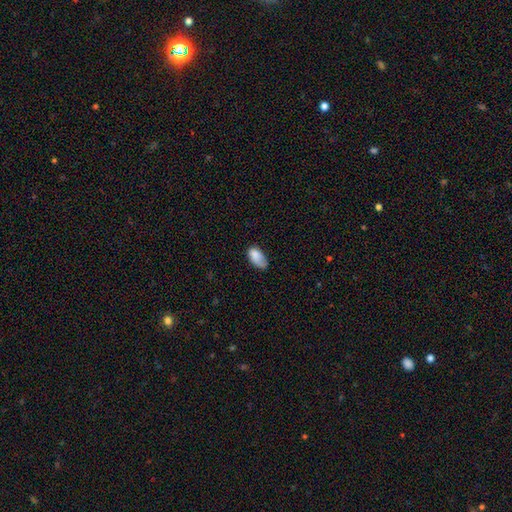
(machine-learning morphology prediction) A smooth galaxy with no disk features (83%) that is in between round and cigar-shaped (94%). Merging: none (50%).